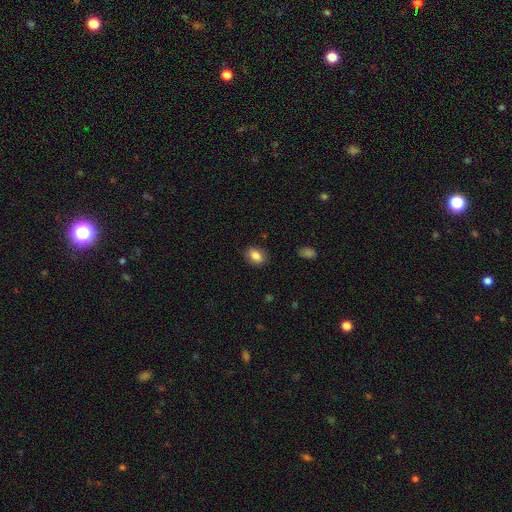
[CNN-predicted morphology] smooth_or_featured: smooth (p=0.86) [alt: star or artifact p=0.08]
how_rounded: in between (p=0.76) [alt: round p=0.23]
merging: none (p=0.85) [alt: minor disturbance p=0.11]